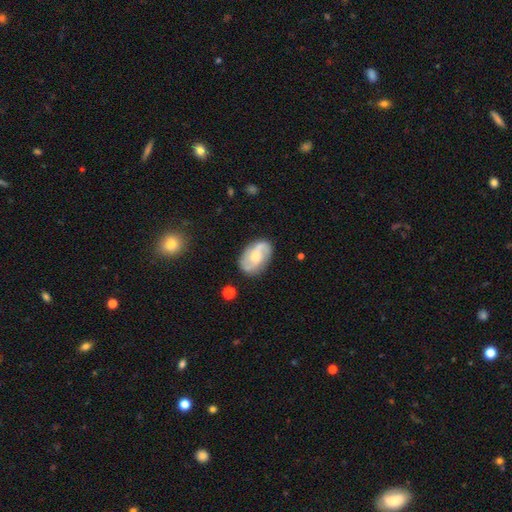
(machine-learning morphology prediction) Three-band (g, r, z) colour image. It shows a featured or disk galaxy (71%) with no bar (50%), 2 (85%) medium (45%) spiral arms (92%) and a moderate central bulge (49%). Merging: none (79%).